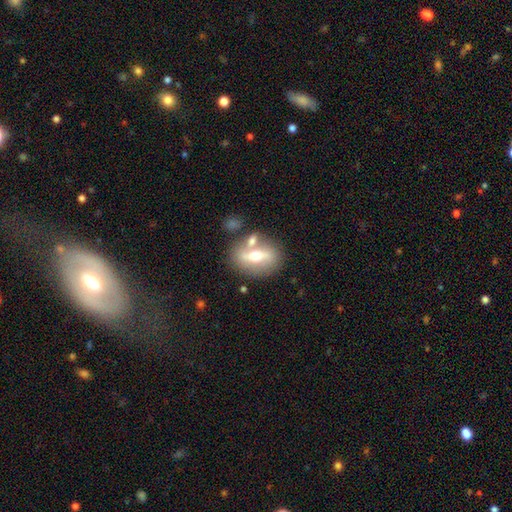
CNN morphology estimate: This is possibly a featured or disk galaxy (56%). It is likely not viewed edge-on (69%). Merging: likely none (69%).